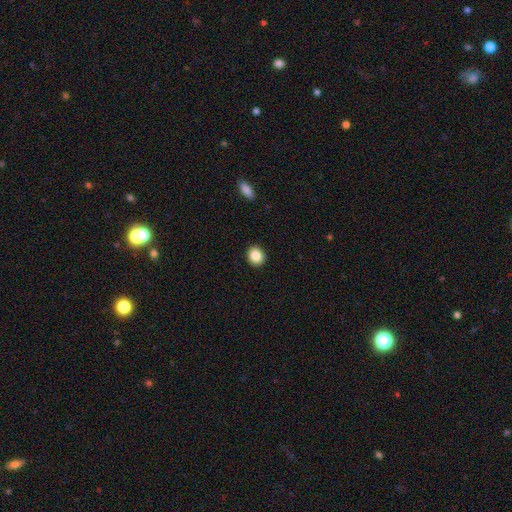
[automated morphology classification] A smooth galaxy with no disk features (86%) that is round (76%).

Vote fractions:
- Smooth or featured? smooth: 86% / star or artifact: 9% / featured or disk: 5%
- How rounded? round: 76% / in between: 23% / cigar-shaped: 1%
- Merging? none: 92% / minor disturbance: 6% / major disturbance: 2% / merger: 1%